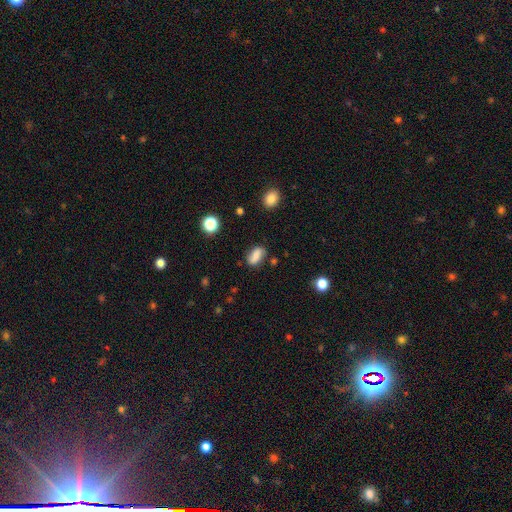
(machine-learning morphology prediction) smooth-or-featured: smooth: 70% | featured or disk: 19% | star or artifact: 11%
  how-rounded: in between: 84% | round: 11% | cigar-shaped: 5%
  merging: none: 73% | minor disturbance: 18% | major disturbance: 5% | merger: 5%